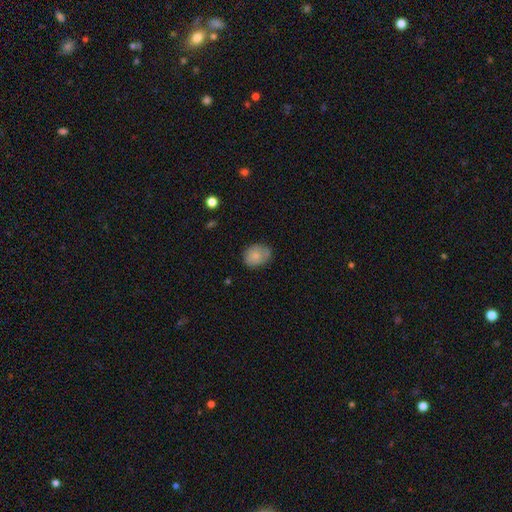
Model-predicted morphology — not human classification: Overall: smooth (78%). How rounded: in between (51%; round 48%). Merging: none (66%).